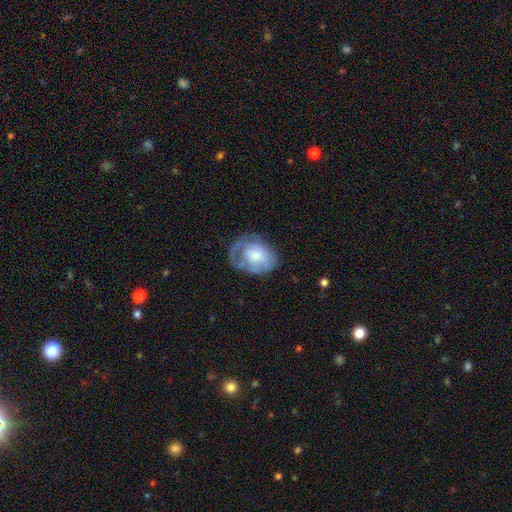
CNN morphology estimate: Overall: smooth (50%; featured or disk 44%). Merging: none (49%; minor disturbance 28%).